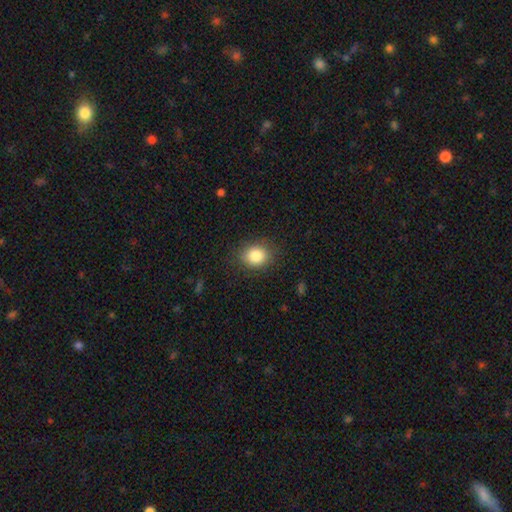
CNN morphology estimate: smooth 84%, star or artifact 9%, featured or disk 6%. Down the decision tree: how rounded — round (60%); merging — none (85%).